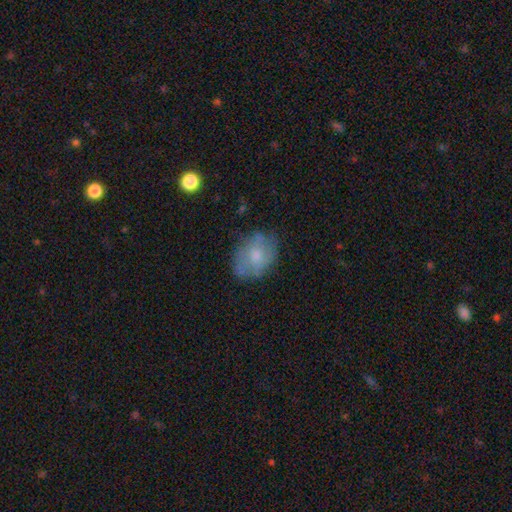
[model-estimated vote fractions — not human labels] smooth 60%, featured or disk 32%, star or artifact 8%. Down the decision tree: how rounded — in between (74%); merging — none (65%).